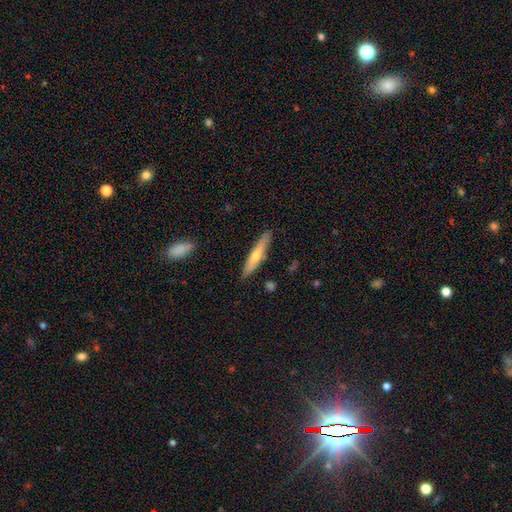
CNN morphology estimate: smooth-or-featured: featured or disk: 48% | smooth: 45% | star or artifact: 6%
  merging: none: 86% | minor disturbance: 10% | merger: 2% | major disturbance: 2%